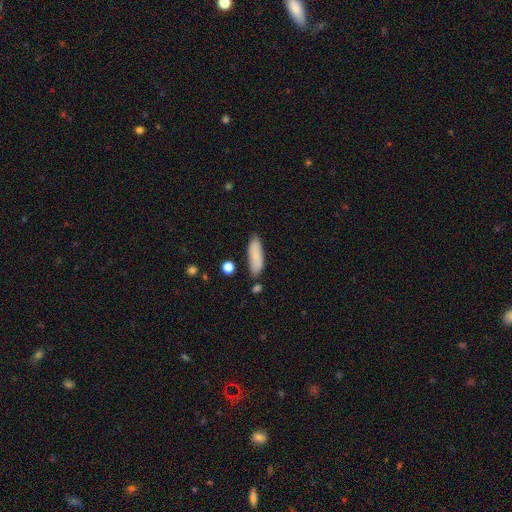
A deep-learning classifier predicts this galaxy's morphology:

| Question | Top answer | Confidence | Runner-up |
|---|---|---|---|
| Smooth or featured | smooth | 84% | featured or disk (9%) |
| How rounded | in between | 51% | cigar-shaped (47%) |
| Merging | none | 75% | minor disturbance (16%) |